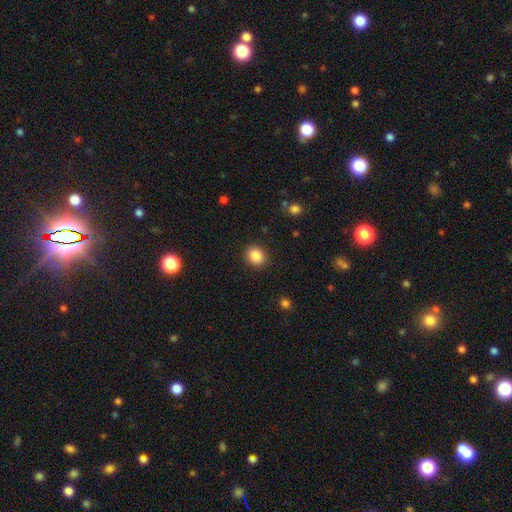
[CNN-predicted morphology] Overall: smooth (87%). How rounded: round (76%). Merging: none (89%).